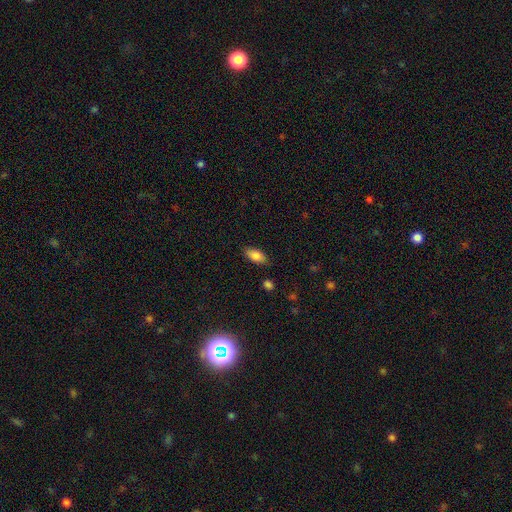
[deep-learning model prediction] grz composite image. It shows a smooth galaxy with no disk features (83%) that is in between round and cigar-shaped (89%). Merging: none (83%).